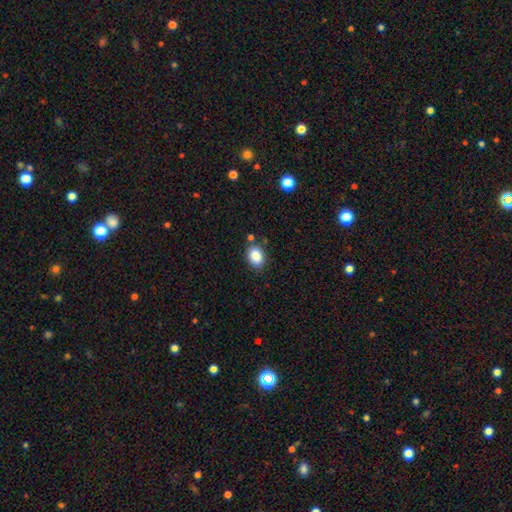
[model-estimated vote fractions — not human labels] Smooth or featured: smooth — 87% (star or artifact — 9%)
How rounded: in between — 76% (round — 23%)
Merging: none — 80% (minor disturbance — 12%)